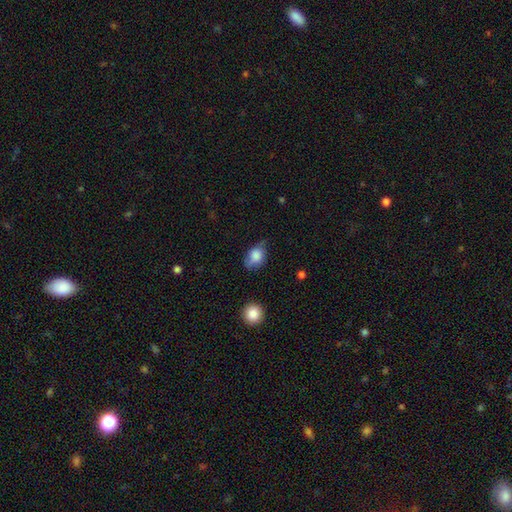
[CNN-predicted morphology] Q: Smooth or featured?
A: smooth (81%); runner-up: featured or disk (11%)
Q: How rounded?
A: in between (73%); runner-up: round (25%)
Q: Merging?
A: none (52%); runner-up: minor disturbance (36%)